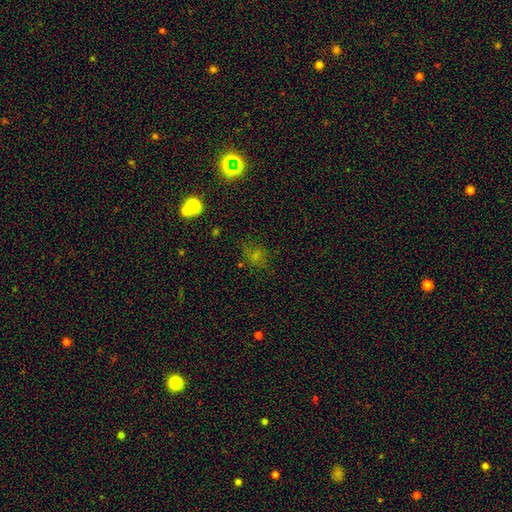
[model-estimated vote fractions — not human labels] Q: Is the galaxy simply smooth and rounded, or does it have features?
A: smooth — 59%.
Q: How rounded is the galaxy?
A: round — 50%.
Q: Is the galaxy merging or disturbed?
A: none — 59%.